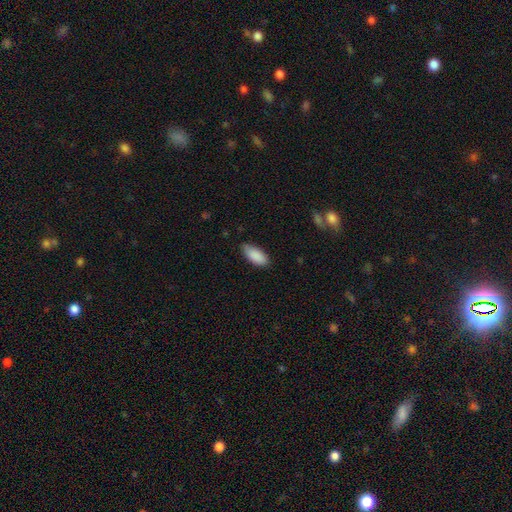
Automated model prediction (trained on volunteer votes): Smooth or featured?
  - smooth: 90% *
  - star or artifact: 6%
  - featured or disk: 4%
How rounded?
  - in between: 88% *
  - cigar-shaped: 10%
  - round: 2%
Merging?
  - none: 78% *
  - minor disturbance: 19%
  - major disturbance: 3%
  - merger: 1%